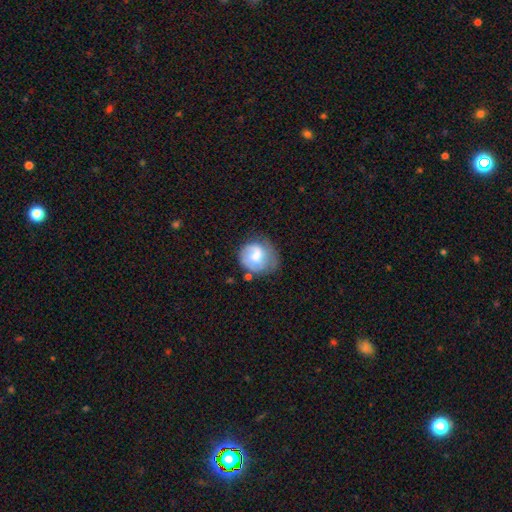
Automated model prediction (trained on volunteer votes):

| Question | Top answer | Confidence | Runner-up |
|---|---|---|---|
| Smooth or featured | smooth | 52% | featured or disk (41%) |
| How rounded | round | 77% | in between (22%) |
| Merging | none | 49% | minor disturbance (30%) |